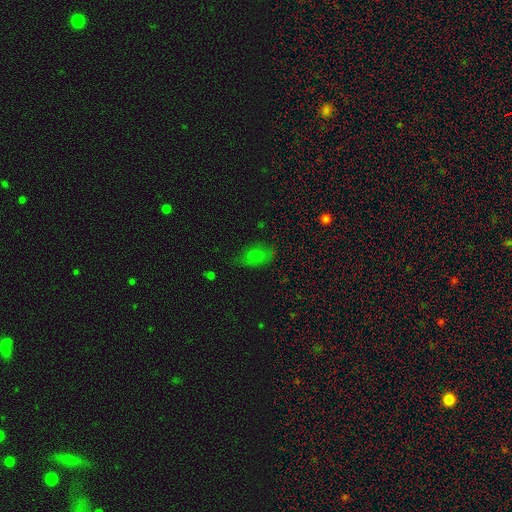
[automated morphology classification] Overall: smooth (70%). How rounded: in between (89%). Merging: none (64%; minor disturbance 26%).